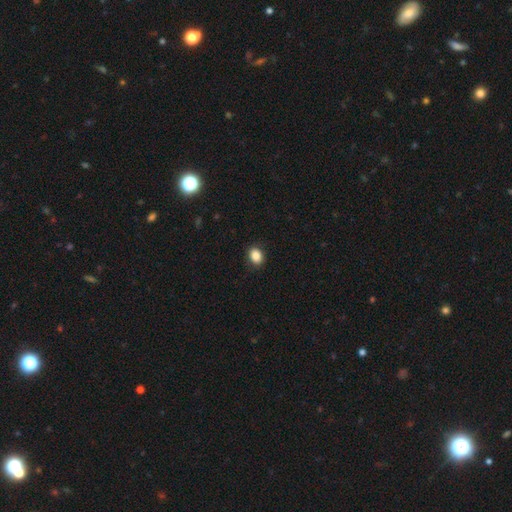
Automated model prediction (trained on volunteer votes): smooth_or_featured: smooth (p=0.87) [alt: star or artifact p=0.09]
how_rounded: in between (p=0.58) [alt: round p=0.41]
merging: none (p=0.88) [alt: minor disturbance p=0.08]